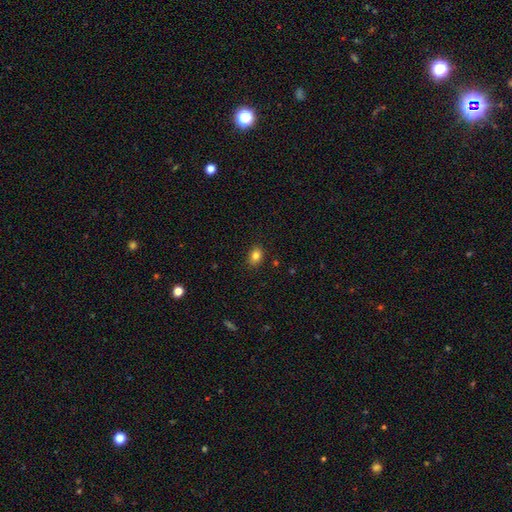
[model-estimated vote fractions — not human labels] Smooth or featured? Predicted: smooth (p=0.82). How rounded? Predicted: in between (p=0.66). Merging? Predicted: none (p=0.87).